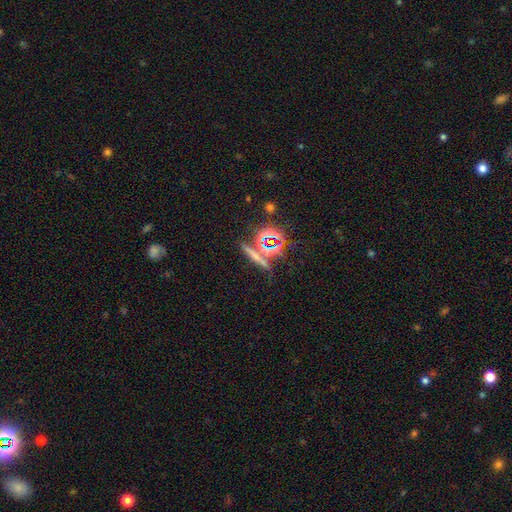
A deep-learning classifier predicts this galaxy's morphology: Smooth or featured?
  - star or artifact: 40% *
  - smooth: 36%
  - featured or disk: 25%